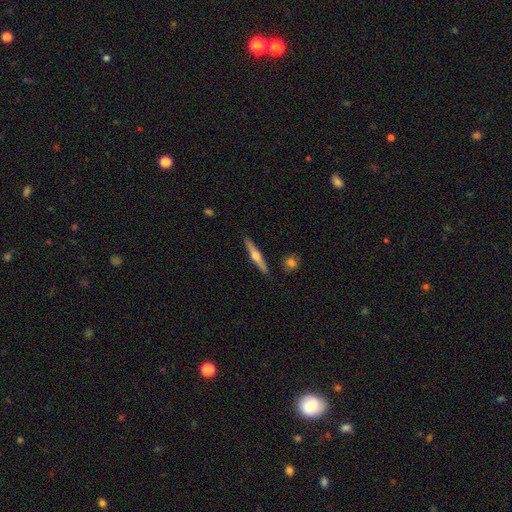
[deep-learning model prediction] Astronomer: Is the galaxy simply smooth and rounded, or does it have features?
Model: featured or disk — 66%.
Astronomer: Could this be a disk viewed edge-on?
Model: yes — 97%.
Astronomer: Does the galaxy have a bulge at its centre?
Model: rounded — 94%.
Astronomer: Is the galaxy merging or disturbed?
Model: none — 90%.